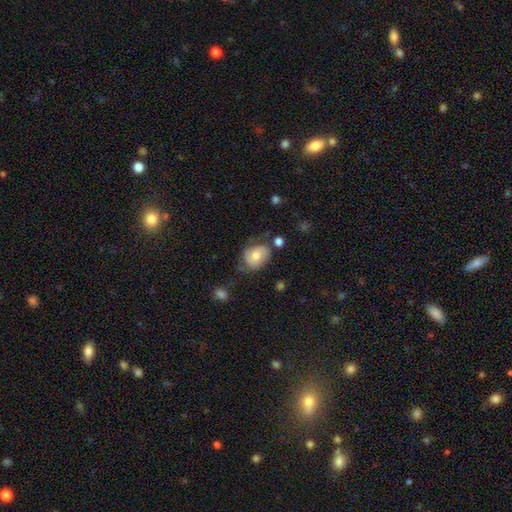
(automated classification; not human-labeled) A smooth galaxy with no disk features (64%) that is in between round and cigar-shaped (57%).

Vote fractions:
- Smooth or featured? smooth: 64% / featured or disk: 28% / star or artifact: 8%
- How rounded? in between: 57% / round: 42% / cigar-shaped: 1%
- Merging? none: 55% / minor disturbance: 28% / major disturbance: 11% / merger: 6%